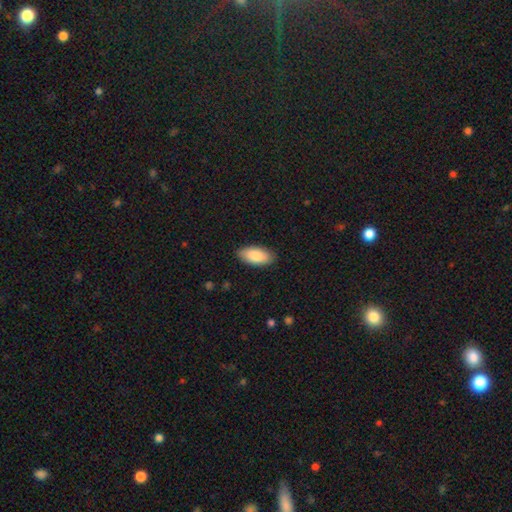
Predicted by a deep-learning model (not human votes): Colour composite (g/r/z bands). It shows a smooth galaxy with no disk features (87%) that is in between round and cigar-shaped (91%). Merging: none (88%).